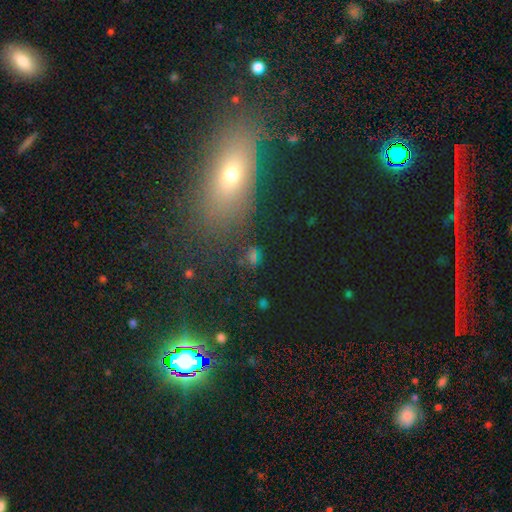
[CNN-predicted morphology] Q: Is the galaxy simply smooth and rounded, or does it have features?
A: smooth — 46%.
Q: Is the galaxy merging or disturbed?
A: none — 69%.